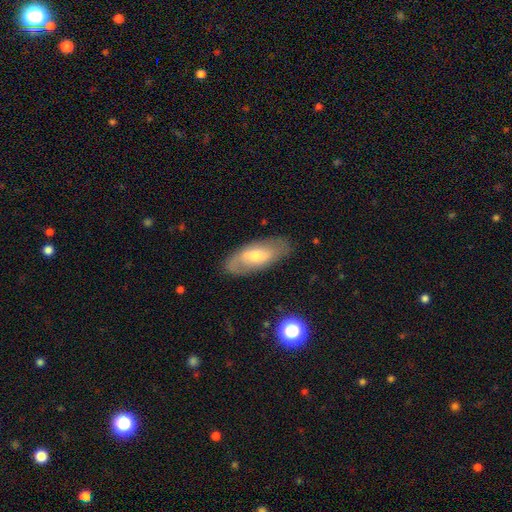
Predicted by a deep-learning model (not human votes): Smooth or featured? featured or disk (53%)
Edge-on disk? no (84%)
Merging? none (80%)